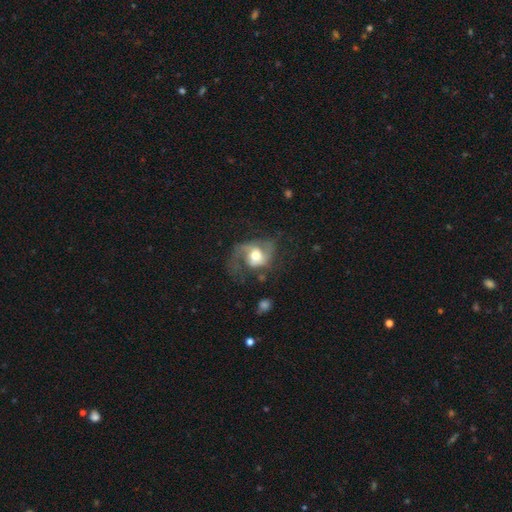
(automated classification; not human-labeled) Morphology: type=featured or disk (63%); edge-on=no (97%); bar=no (64%); spiral arms=yes (82%); winding=loose (46%); arm count=2 (47%); bulge=moderate (66%); merging=major disturbance (39%).